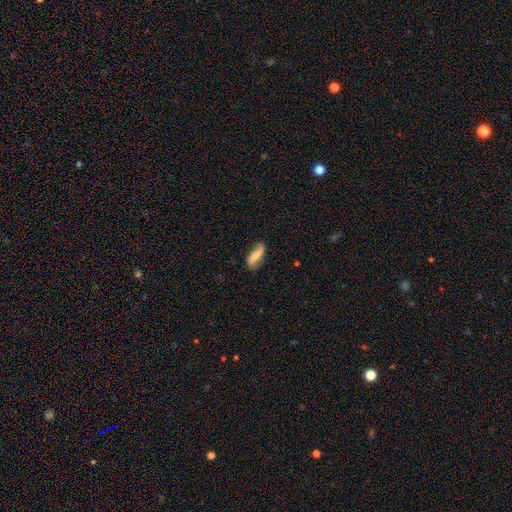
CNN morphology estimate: smooth_or_featured: smooth (p=0.52) [alt: featured or disk p=0.40]
how_rounded: in between (p=0.67) [alt: cigar-shaped p=0.30]
merging: none (p=0.74) [alt: minor disturbance p=0.20]